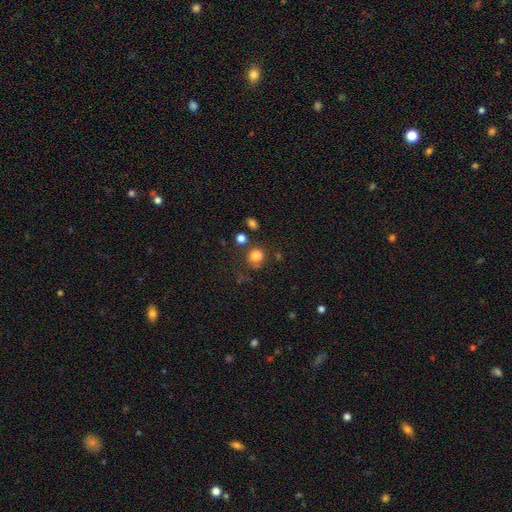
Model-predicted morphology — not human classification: A smooth galaxy with no disk features (78%) that is round (78%).

Vote fractions:
- Smooth or featured? smooth: 78% / star or artifact: 13% / featured or disk: 9%
- How rounded? round: 78% / in between: 21% / cigar-shaped: 1%
- Merging? none: 56% / minor disturbance: 18% / merger: 15% / major disturbance: 11%